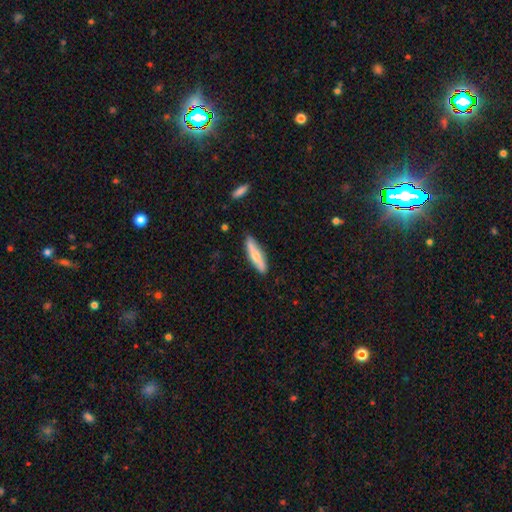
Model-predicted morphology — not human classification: type=smooth (63%); roundness=cigar-shaped (74%); merging=none (83%).